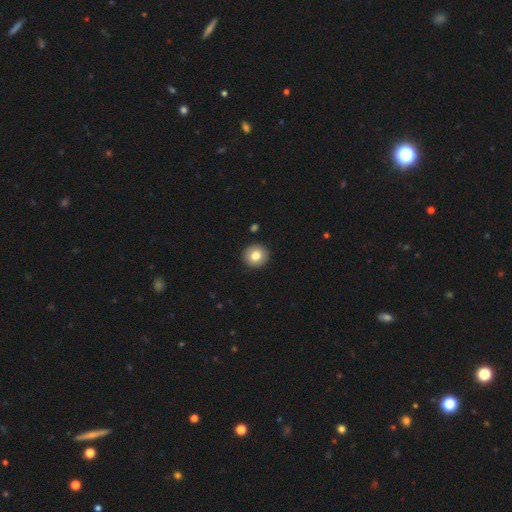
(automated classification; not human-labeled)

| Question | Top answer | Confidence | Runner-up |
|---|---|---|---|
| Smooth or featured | smooth | 79% | featured or disk (12%) |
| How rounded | round | 92% | in between (7%) |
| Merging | none | 91% | minor disturbance (6%) |